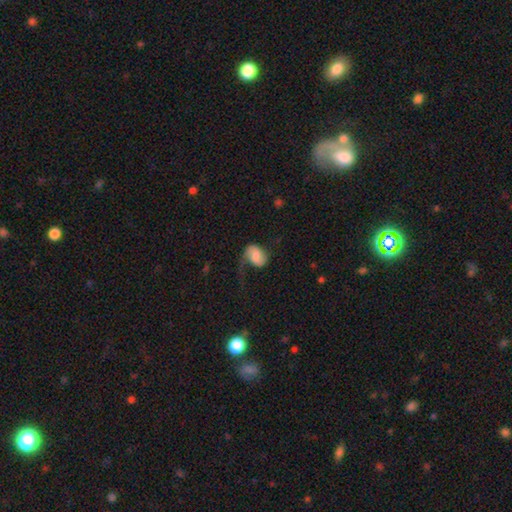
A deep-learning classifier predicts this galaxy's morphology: smooth 47%, featured or disk 45%, star or artifact 8%. Down the decision tree: merging — major disturbance (38%).